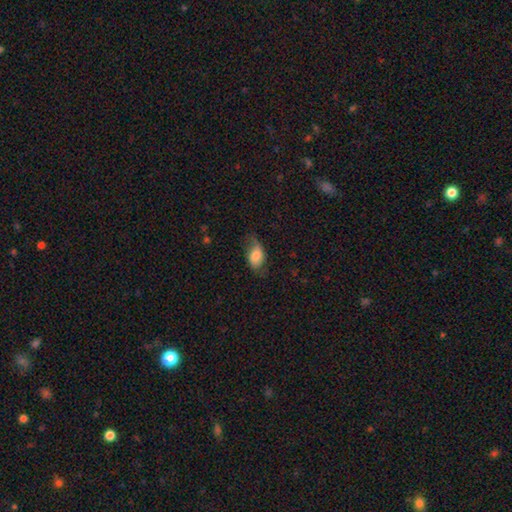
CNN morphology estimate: A smooth galaxy with no disk features (71%) that is in between round and cigar-shaped (89%). Merging: none (48%).